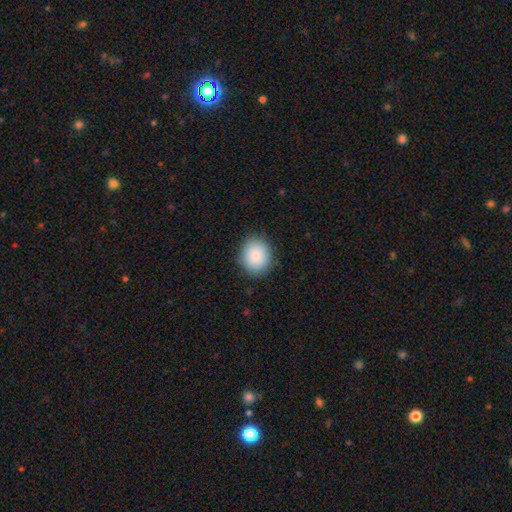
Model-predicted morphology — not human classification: A smooth galaxy with no disk features (88%) that is round (71%). Merging: none (87%).